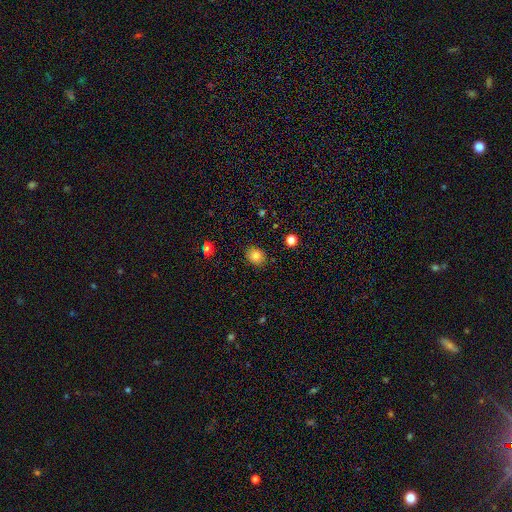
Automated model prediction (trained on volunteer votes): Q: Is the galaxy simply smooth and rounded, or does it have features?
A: smooth — 82%.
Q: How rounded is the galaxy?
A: round — 67%.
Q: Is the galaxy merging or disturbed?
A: none — 89%.